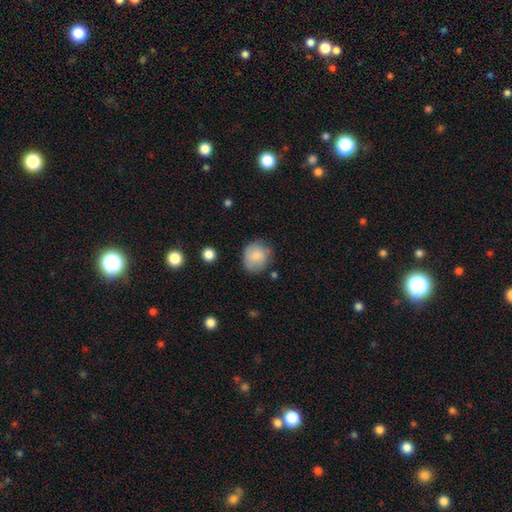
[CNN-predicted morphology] smooth_or_featured: smooth (p=0.82) [alt: featured or disk p=0.10]
how_rounded: round (p=0.73) [alt: in between p=0.26]
merging: none (p=0.69) [alt: minor disturbance p=0.23]